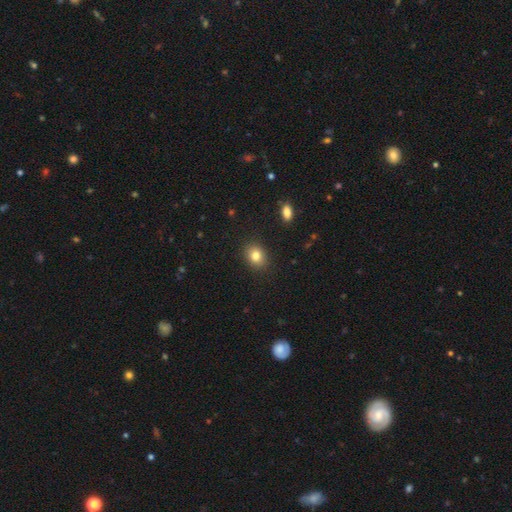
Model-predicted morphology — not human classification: The model was most divided on "how rounded": in between: 52%, round: 47%, cigar-shaped: 1%. More confident: merging — none (89%); smooth or featured — smooth (82%).